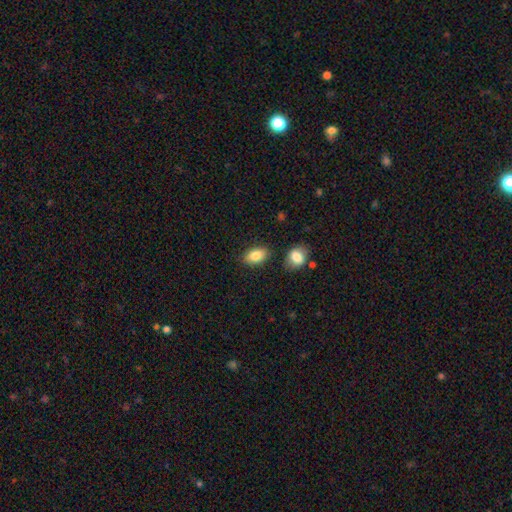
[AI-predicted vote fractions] Overall: smooth (84%). How rounded: in between (89%). Merging: none (81%).